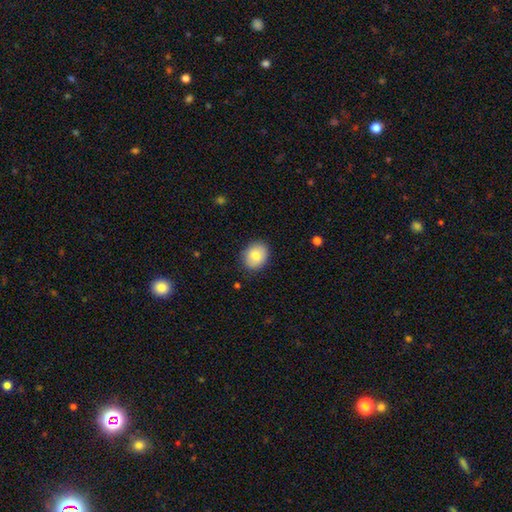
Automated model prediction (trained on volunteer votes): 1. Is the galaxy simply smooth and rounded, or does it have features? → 81% smooth, 11% featured or disk, 7% star or artifact.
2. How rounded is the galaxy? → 54% round, 45% in between, 1% cigar-shaped.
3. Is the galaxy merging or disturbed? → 87% none, 10% minor disturbance, 2% major disturbance, 1% merger.